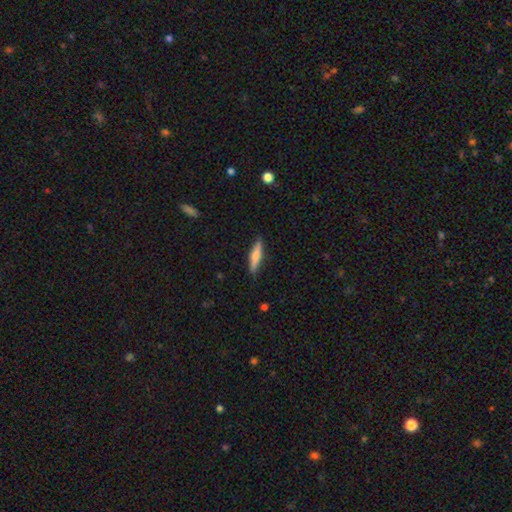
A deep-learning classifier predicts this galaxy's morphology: Smooth or featured? smooth (66%)
How rounded? cigar-shaped (79%)
Merging? none (86%)